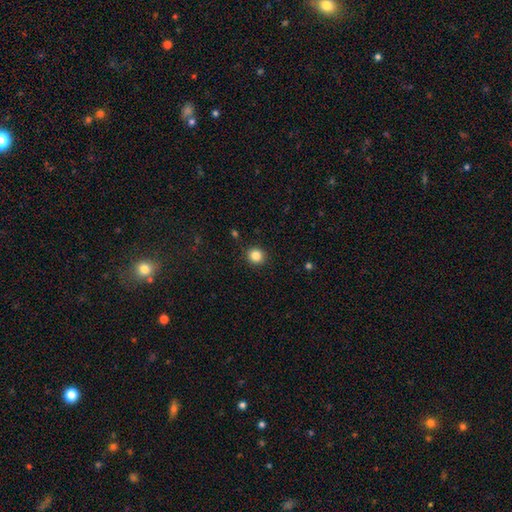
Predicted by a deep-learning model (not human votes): This appears to be a smooth galaxy with no disk features (84%) that is round (90%). Merging: none (91%).